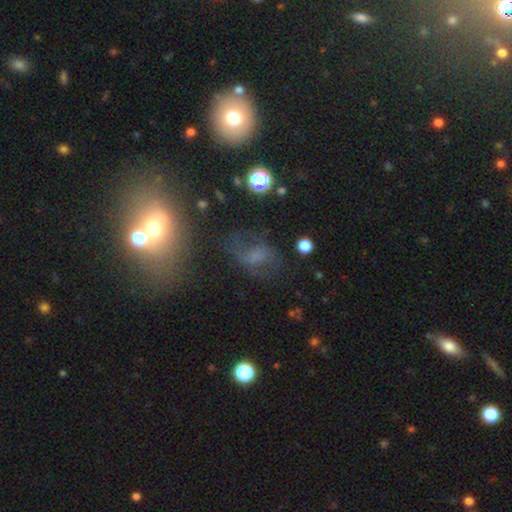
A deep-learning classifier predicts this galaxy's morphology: smooth 44%, featured or disk 33%, star or artifact 23%. Down the decision tree: merging — none (49%).